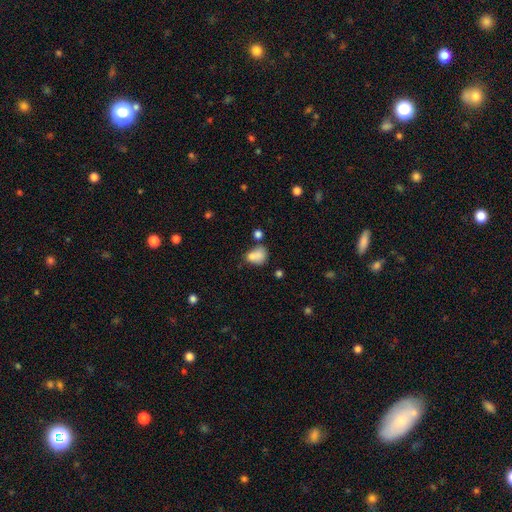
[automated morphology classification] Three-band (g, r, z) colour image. It shows a smooth galaxy with no disk features (78%) that is in between round and cigar-shaped (65%). Merging: merger (36%).